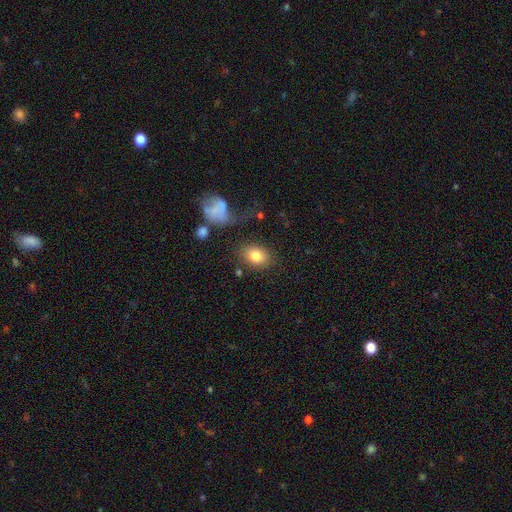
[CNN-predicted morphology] Overall: smooth (81%). How rounded: in between (61%; round 38%). Merging: none (75%).